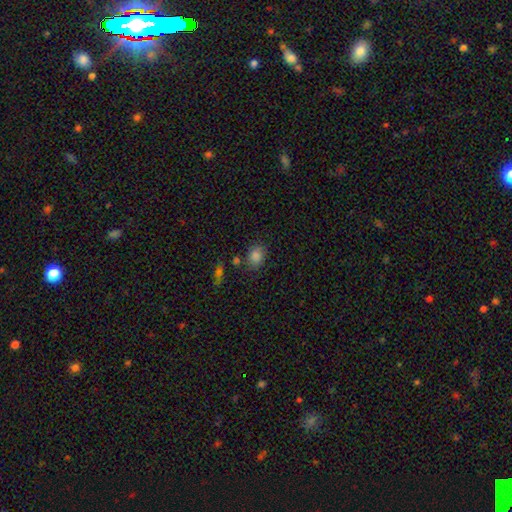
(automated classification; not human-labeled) Q: Smooth or featured?
A: smooth (83%); runner-up: star or artifact (11%)
Q: How rounded?
A: in between (58%); runner-up: round (41%)
Q: Merging?
A: none (75%); runner-up: minor disturbance (14%)